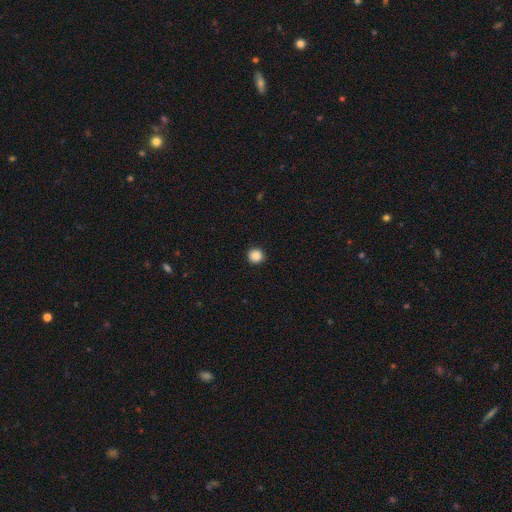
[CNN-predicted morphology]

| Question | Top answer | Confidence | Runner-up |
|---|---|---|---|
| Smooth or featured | smooth | 88% | star or artifact (10%) |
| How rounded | round | 95% | in between (4%) |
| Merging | none | 93% | minor disturbance (4%) |